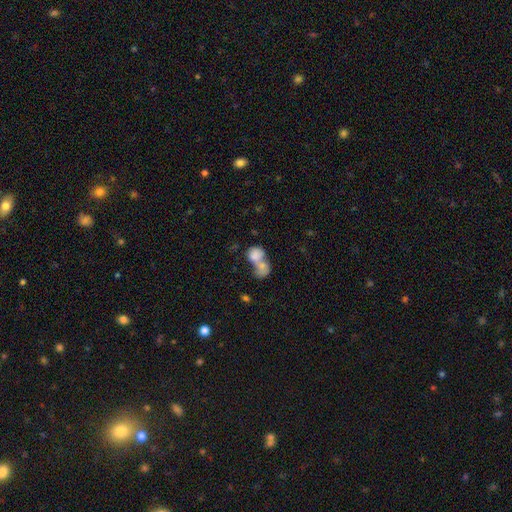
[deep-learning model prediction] The model was most divided on "how rounded": in between: 51%, round: 48%, cigar-shaped: 2%. More confident: smooth or featured — smooth (76%); merging — merger (75%).